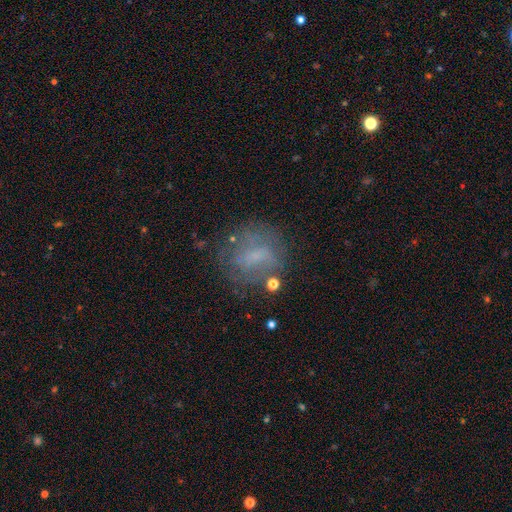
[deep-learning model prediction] Smooth or featured? featured or disk (45%)
Merging? none (63%)